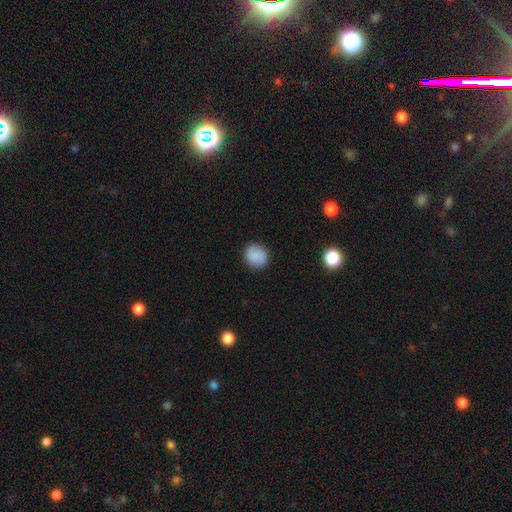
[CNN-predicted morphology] The model was most divided on "how rounded": round: 77%, in between: 22%, cigar-shaped: 1%. More confident: smooth or featured — smooth (87%); merging — none (87%).